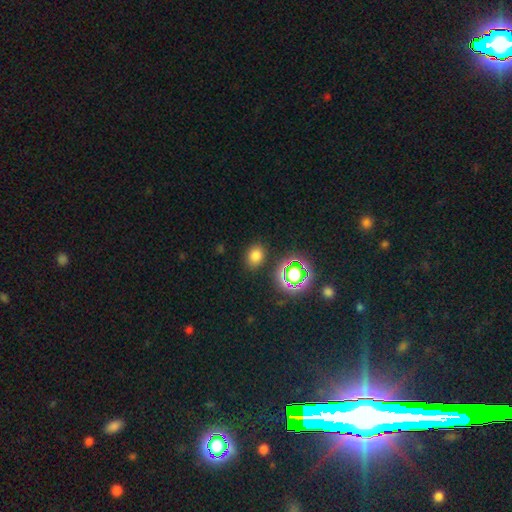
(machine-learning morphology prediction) Overall: smooth (73%). How rounded: in between (56%; round 42%). Merging: none (86%).